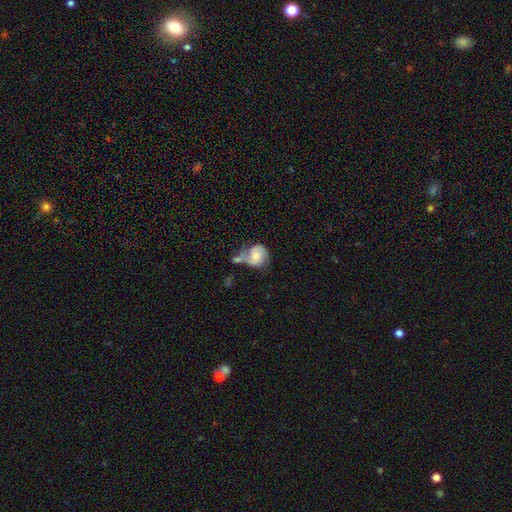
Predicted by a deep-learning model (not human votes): Overall: featured or disk (49%; smooth 44%). Merging: merger (36%; none 27%).